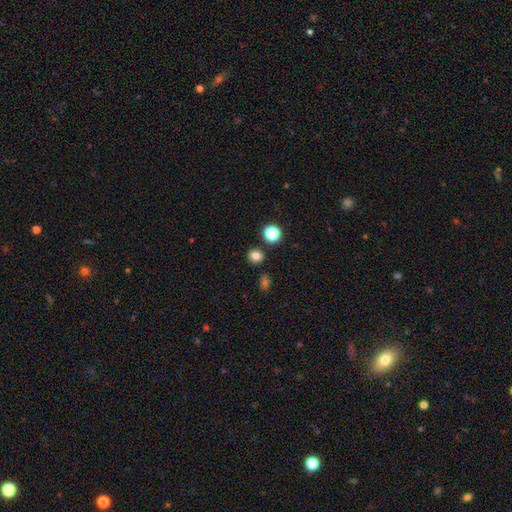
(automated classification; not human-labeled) smooth 79%, star or artifact 16%, featured or disk 5%. Down the decision tree: how rounded — round (82%); merging — none (85%).